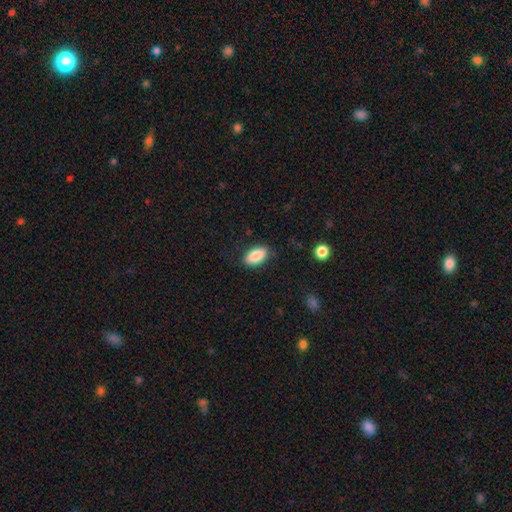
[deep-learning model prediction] smooth 87%, star or artifact 7%, featured or disk 6%. Down the decision tree: how rounded — in between (91%); merging — none (85%).